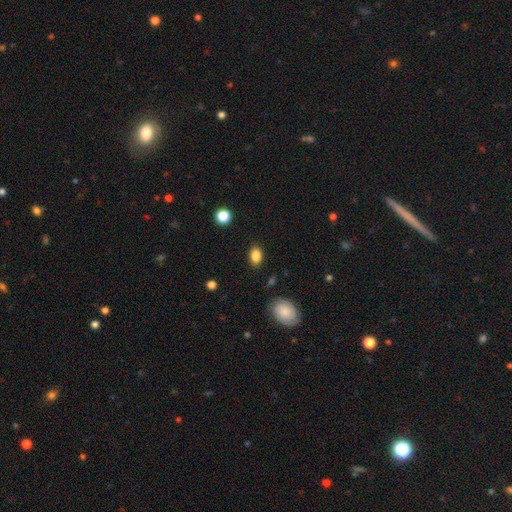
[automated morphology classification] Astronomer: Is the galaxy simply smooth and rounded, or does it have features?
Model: smooth — 86%.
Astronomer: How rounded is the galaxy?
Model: in between — 80%.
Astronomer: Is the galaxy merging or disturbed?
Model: none — 86%.